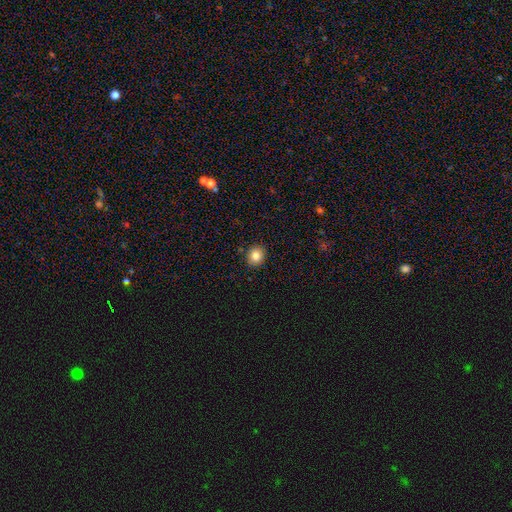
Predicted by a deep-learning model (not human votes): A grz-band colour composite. It shows a smooth galaxy with no disk features (83%) that is round (77%). Merging: none (91%).